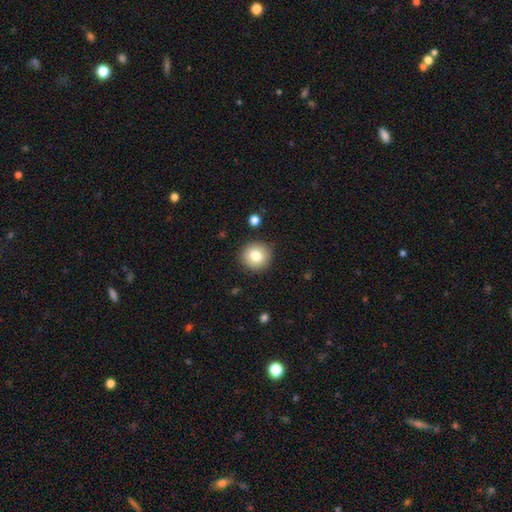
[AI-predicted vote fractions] Smooth or featured?
  - smooth: 80% *
  - featured or disk: 11%
  - star or artifact: 10%
How rounded?
  - round: 92% *
  - in between: 7%
  - cigar-shaped: 1%
Merging?
  - none: 89% *
  - minor disturbance: 7%
  - major disturbance: 2%
  - merger: 2%